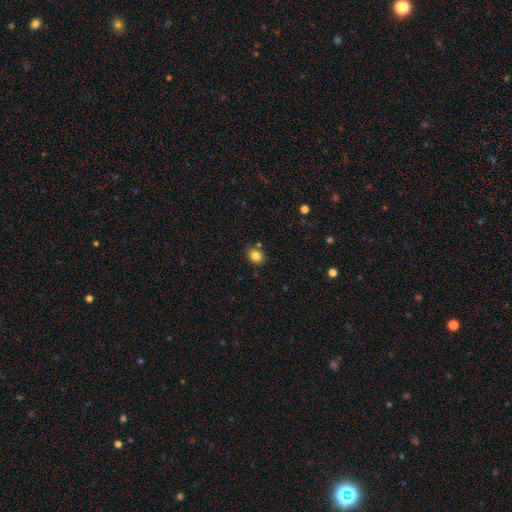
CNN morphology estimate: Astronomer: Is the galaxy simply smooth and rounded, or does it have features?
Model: smooth — 83%.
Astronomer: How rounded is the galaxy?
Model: round — 53% (runner-up: in between, 46%).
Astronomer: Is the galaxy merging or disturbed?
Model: none — 82%.